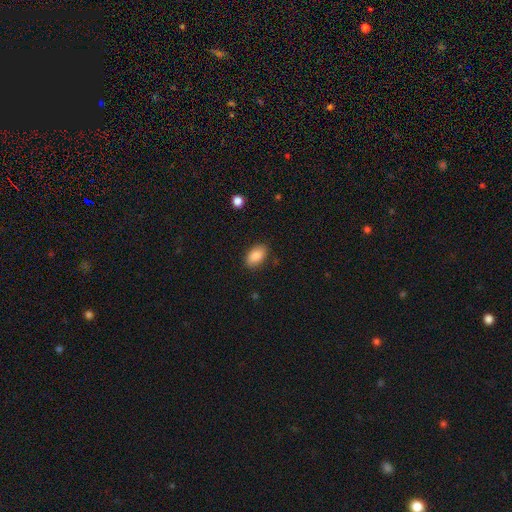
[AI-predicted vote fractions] A smooth galaxy with no disk features (86%) that is in between round and cigar-shaped (91%). Merging: none (85%).